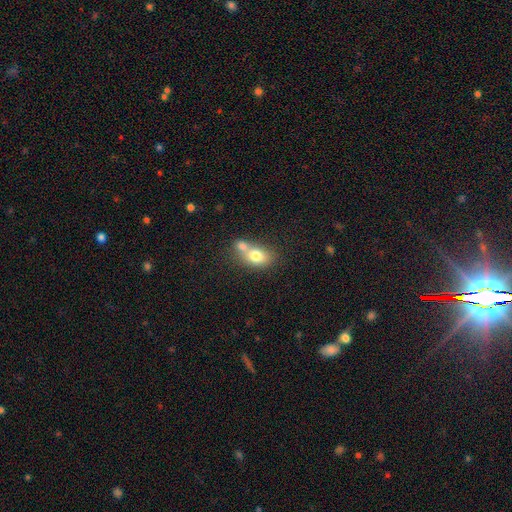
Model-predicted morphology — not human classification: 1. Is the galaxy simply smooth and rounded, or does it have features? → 73% smooth, 18% featured or disk, 9% star or artifact.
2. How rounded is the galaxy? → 70% in between, 28% round, 2% cigar-shaped.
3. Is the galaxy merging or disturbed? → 57% merger, 28% none, 10% minor disturbance, 5% major disturbance.